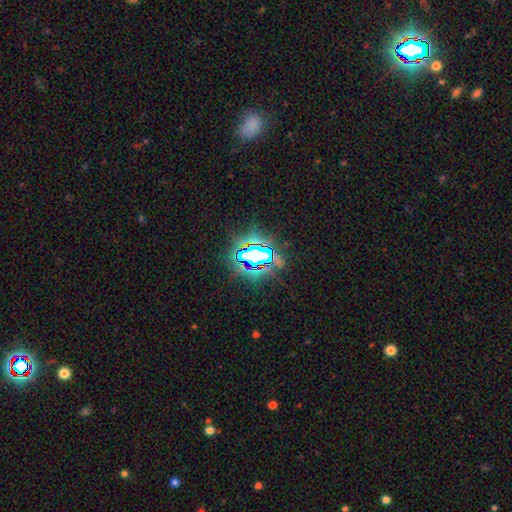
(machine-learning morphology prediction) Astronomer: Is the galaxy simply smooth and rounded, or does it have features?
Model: star or artifact — 72%.